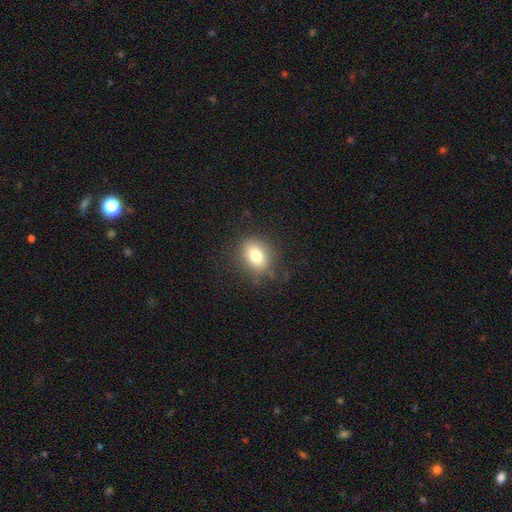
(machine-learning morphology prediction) Overall: smooth (77%). How rounded: in between (59%; round 39%). Merging: none (81%).